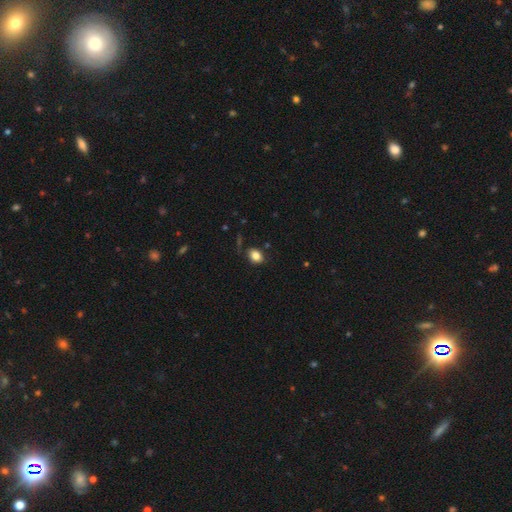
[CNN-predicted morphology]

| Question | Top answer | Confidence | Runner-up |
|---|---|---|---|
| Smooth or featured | smooth | 84% | star or artifact (10%) |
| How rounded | in between | 59% | round (40%) |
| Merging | none | 81% | minor disturbance (13%) |